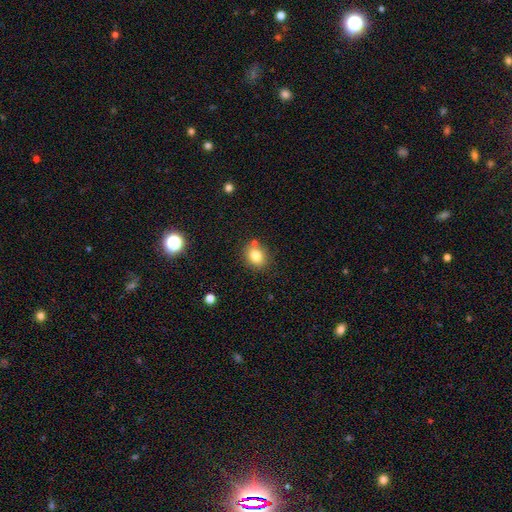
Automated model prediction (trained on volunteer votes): smooth 79%, star or artifact 12%, featured or disk 9%. Down the decision tree: how rounded — round (61%); merging — none (73%).